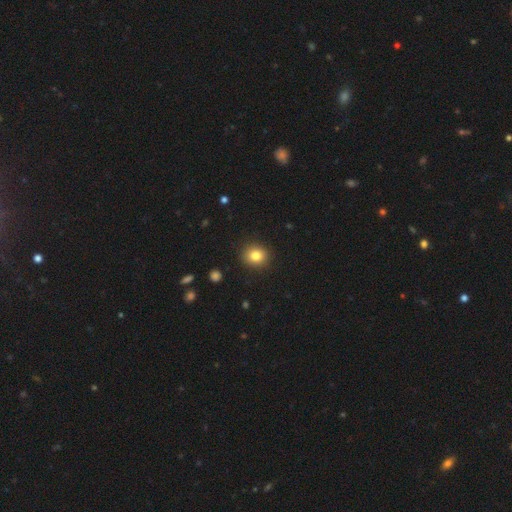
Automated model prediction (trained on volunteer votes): This is clearly a smooth galaxy (82%). How rounded: likely round (78%). Merging: clearly none (91%).